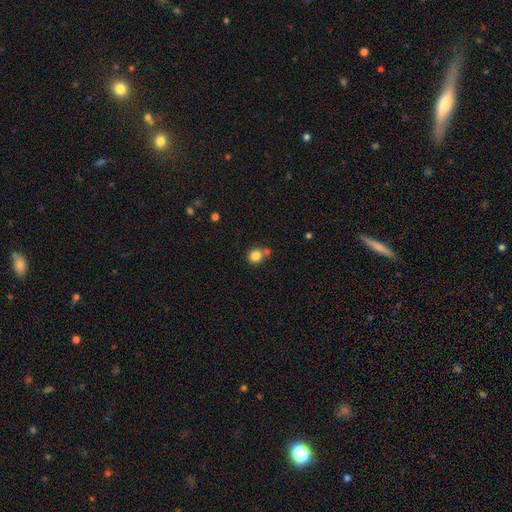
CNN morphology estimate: Smooth or featured? smooth (84%)
How rounded? round (86%)
Merging? none (66%)